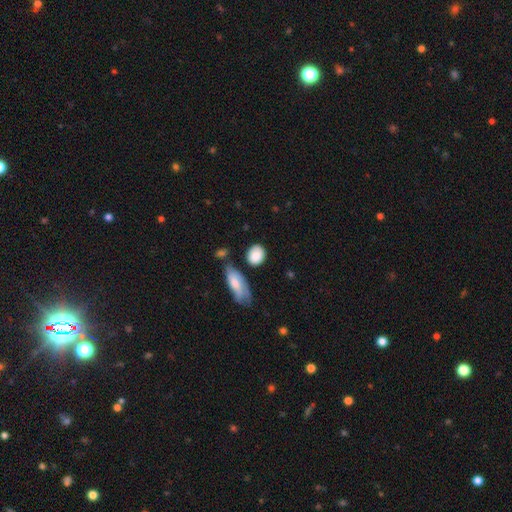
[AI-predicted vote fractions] Morphology: type=smooth (81%); roundness=round (56%); merging=none (63%).